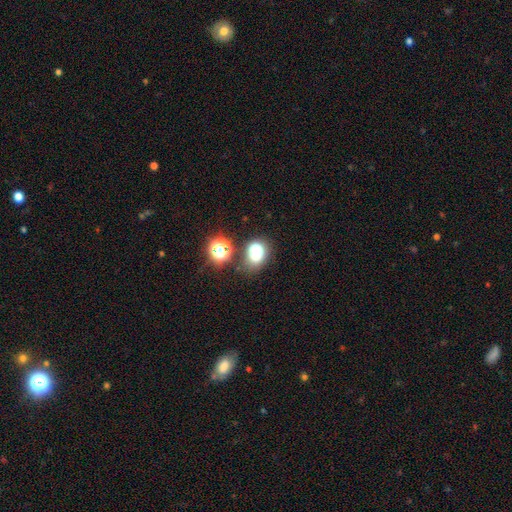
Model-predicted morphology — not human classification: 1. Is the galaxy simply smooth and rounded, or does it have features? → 59% smooth, 32% star or artifact, 9% featured or disk.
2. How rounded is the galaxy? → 54% round, 45% in between, 1% cigar-shaped.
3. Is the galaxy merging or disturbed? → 64% none, 15% merger, 14% minor disturbance, 7% major disturbance.